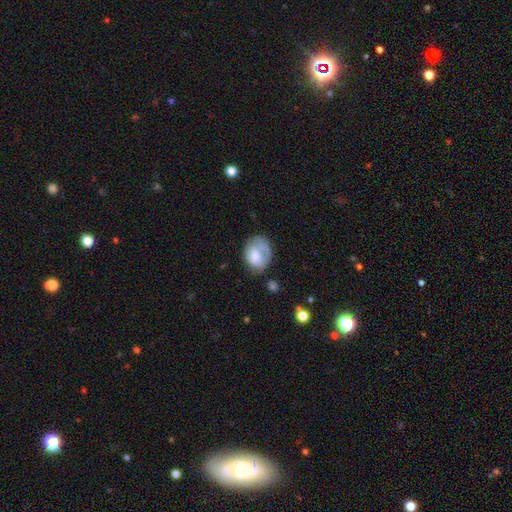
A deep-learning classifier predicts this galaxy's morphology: This appears to be a smooth galaxy with no disk features (66%) that is in between round and cigar-shaped (59%). Merging: none (44%).